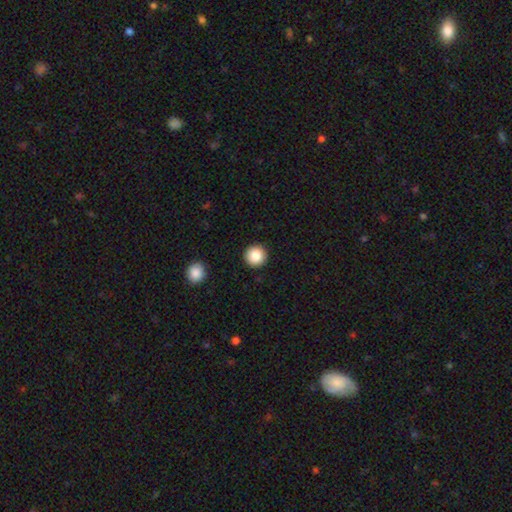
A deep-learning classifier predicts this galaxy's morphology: This appears to be a smooth galaxy with no disk features (87%) that is round (96%). Merging: none (92%).